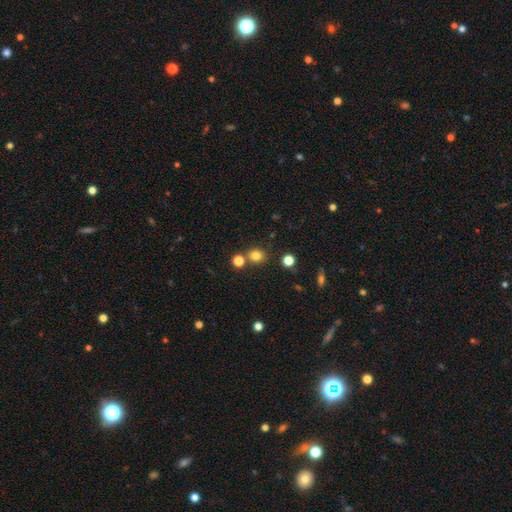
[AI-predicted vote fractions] Smooth or featured: smooth — 79% (star or artifact — 15%)
How rounded: round — 73% (in between — 26%)
Merging: none — 75% (merger — 13%)